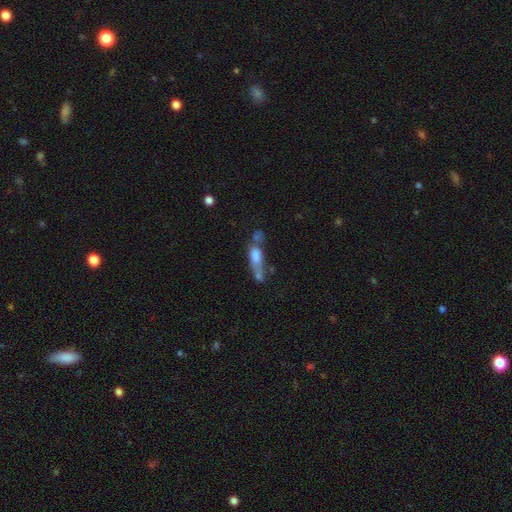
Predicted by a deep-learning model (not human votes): Smooth or featured?
  - smooth: 58% *
  - featured or disk: 30%
  - star or artifact: 12%
How rounded?
  - cigar-shaped: 49% *
  - in between: 45%
  - round: 6%
Merging?
  - merger: 42% *
  - none: 23%
  - major disturbance: 19%
  - minor disturbance: 16%